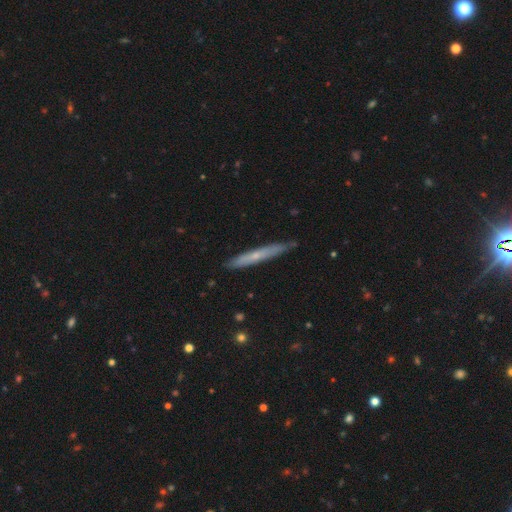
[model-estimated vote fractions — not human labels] Smooth or featured?
  - featured or disk: 49% *
  - smooth: 45%
  - star or artifact: 6%
Merging?
  - none: 84% *
  - minor disturbance: 13%
  - major disturbance: 2%
  - merger: 1%